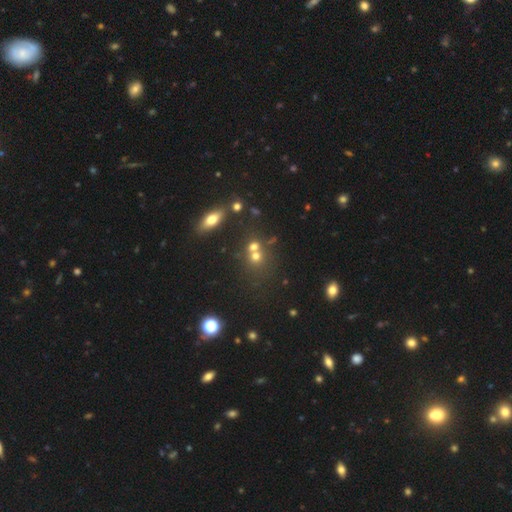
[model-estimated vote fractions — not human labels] smooth-or-featured: smooth: 61% | star or artifact: 22% | featured or disk: 17%
  how-rounded: round: 78% | in between: 20% | cigar-shaped: 2%
  merging: none: 45% | merger: 42% | minor disturbance: 8% | major disturbance: 5%